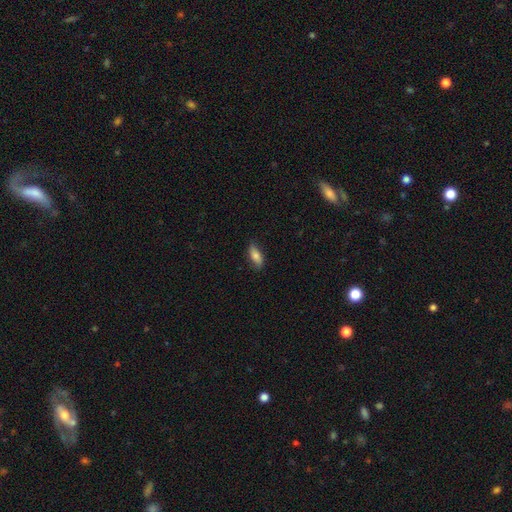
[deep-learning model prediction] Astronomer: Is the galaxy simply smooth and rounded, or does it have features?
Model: smooth — 76%.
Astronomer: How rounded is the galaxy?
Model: in between — 75%.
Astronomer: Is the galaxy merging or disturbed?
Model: none — 80%.